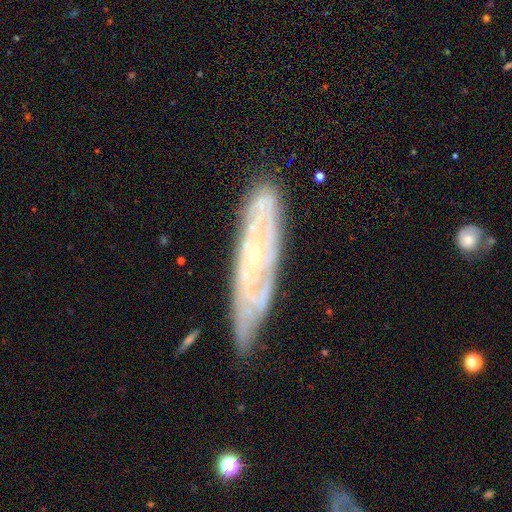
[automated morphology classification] This appears to be a featured or disk galaxy (80%) with no bar (66%), tight (71%) spiral arms (88%) and a small central bulge (80%). Merging: none (74%).